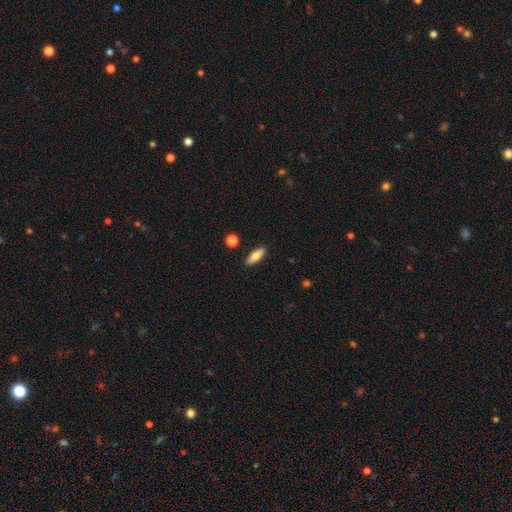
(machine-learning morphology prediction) smooth_or_featured: smooth (p=0.72) [alt: featured or disk p=0.21]
how_rounded: in between (p=0.58) [alt: cigar-shaped p=0.39]
merging: none (p=0.89) [alt: minor disturbance p=0.08]